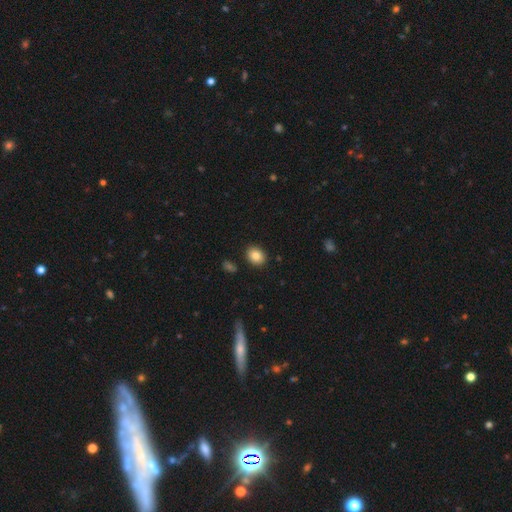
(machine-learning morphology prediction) Overall: smooth (85%). How rounded: in between (51%; round 48%). Merging: none (89%).